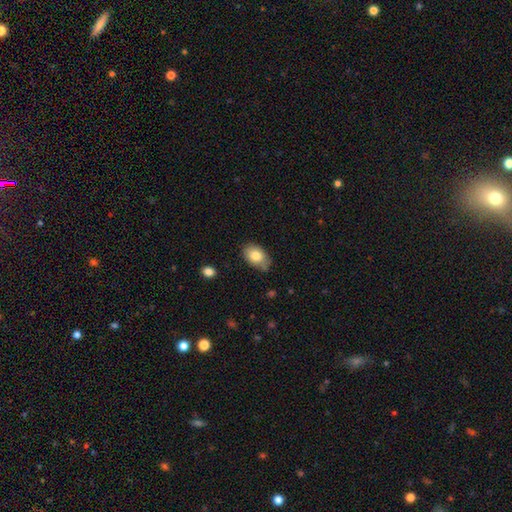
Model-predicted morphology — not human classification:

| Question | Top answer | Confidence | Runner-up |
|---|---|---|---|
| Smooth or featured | smooth | 81% | featured or disk (12%) |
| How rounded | in between | 87% | round (11%) |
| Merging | none | 73% | minor disturbance (21%) |